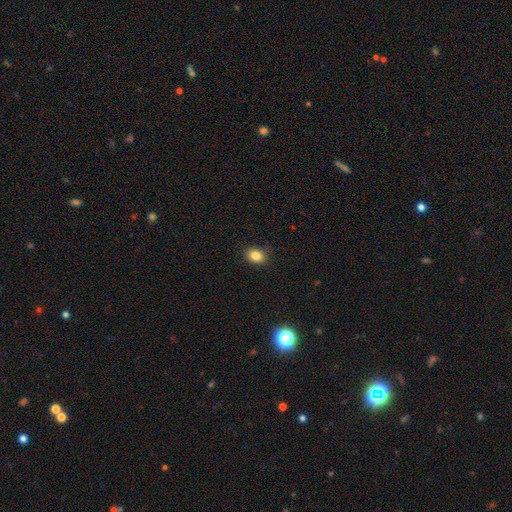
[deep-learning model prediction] This appears to be a smooth galaxy with no disk features (85%) that is in between round and cigar-shaped (67%). Merging: none (86%).